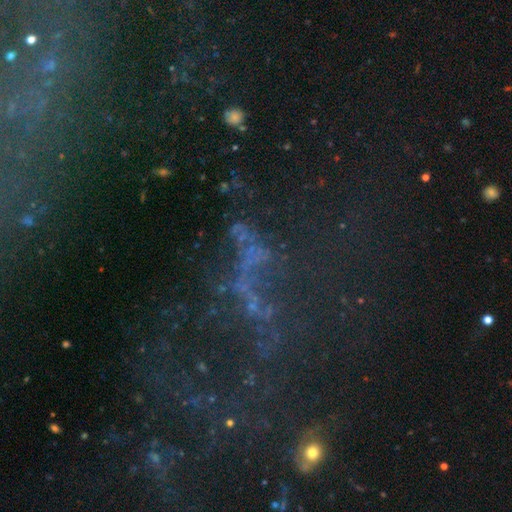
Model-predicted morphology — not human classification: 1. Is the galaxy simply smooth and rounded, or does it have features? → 48% star or artifact, 35% featured or disk, 17% smooth.